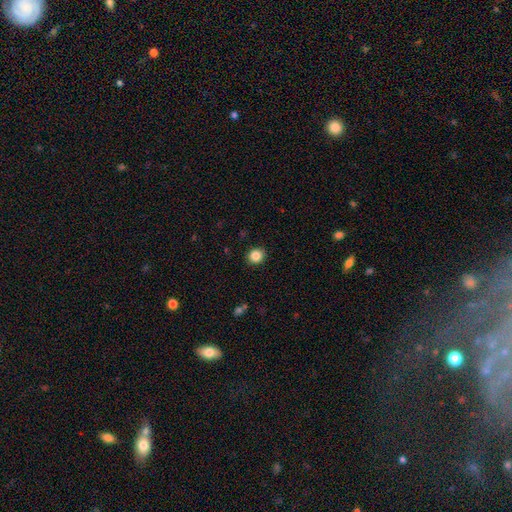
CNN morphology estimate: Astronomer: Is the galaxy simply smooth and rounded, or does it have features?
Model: smooth — 85%.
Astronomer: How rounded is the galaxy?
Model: round — 82%.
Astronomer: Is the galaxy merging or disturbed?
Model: none — 91%.